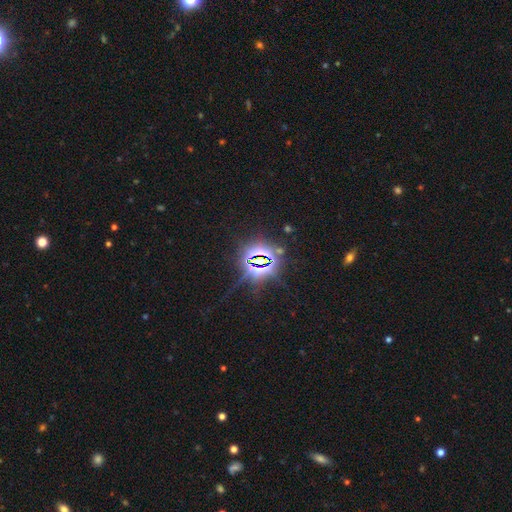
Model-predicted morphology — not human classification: Smooth or featured: star or artifact — 85% (smooth — 8%)